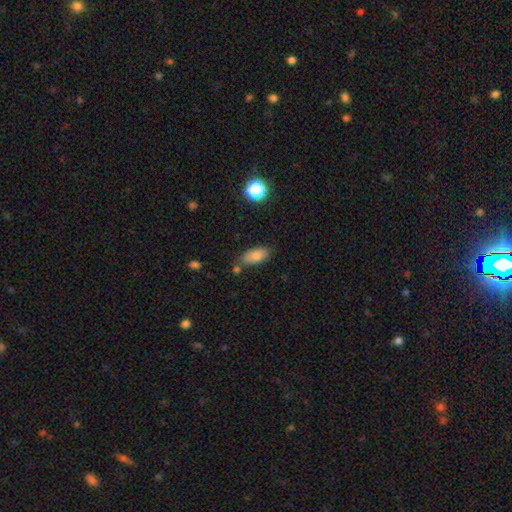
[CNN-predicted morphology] smooth_or_featured: smooth (p=0.80) [alt: featured or disk p=0.12]
how_rounded: in between (p=0.89) [alt: cigar-shaped p=0.07]
merging: none (p=0.70) [alt: minor disturbance p=0.17]